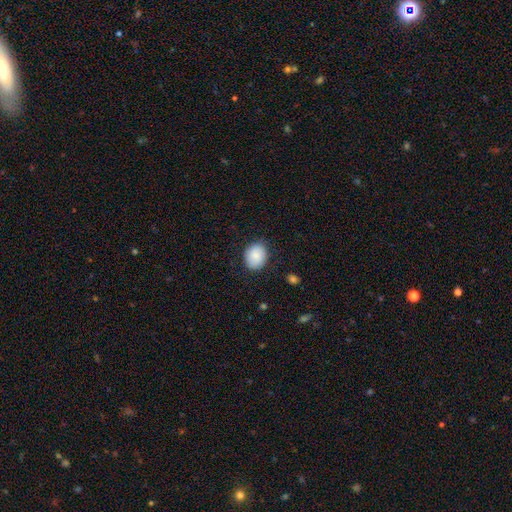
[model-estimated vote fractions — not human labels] smooth-or-featured: smooth: 87% | star or artifact: 7% | featured or disk: 6%
  how-rounded: round: 51% | in between: 48% | cigar-shaped: 1%
  merging: none: 84% | minor disturbance: 12% | major disturbance: 3% | merger: 1%